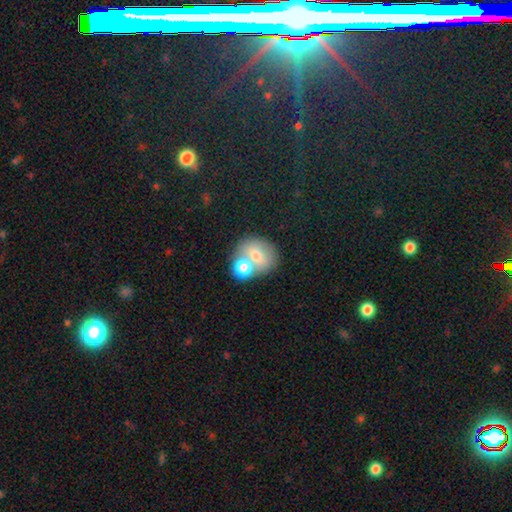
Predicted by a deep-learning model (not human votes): Smooth or featured? Predicted: smooth (p=0.69). How rounded? Predicted: round (p=0.64). Merging? Predicted: merger (p=0.54).